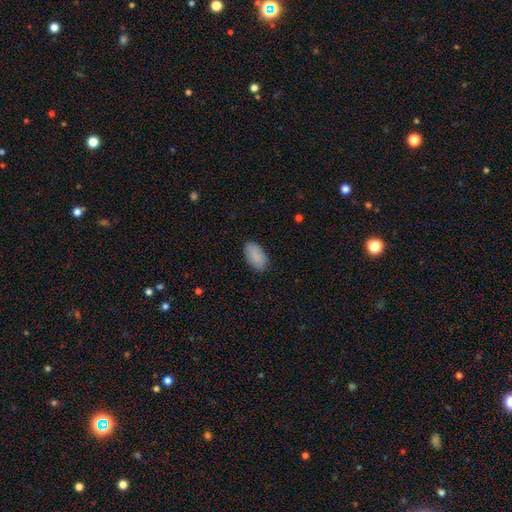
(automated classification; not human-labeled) Smooth or featured: smooth — 89% (star or artifact — 6%)
How rounded: in between — 94% (round — 3%)
Merging: none — 85% (minor disturbance — 12%)